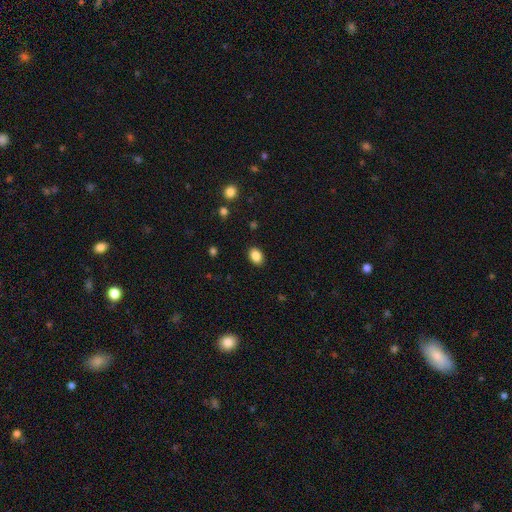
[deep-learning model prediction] Smooth or featured: smooth — 87% (star or artifact — 9%)
How rounded: in between — 76% (round — 23%)
Merging: none — 88% (minor disturbance — 8%)